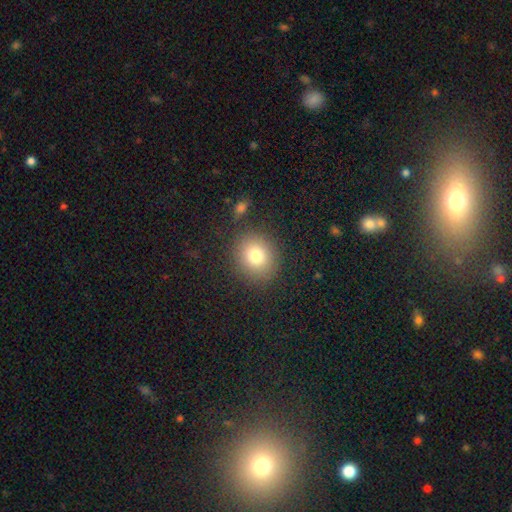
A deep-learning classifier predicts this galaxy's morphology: Smooth or featured? smooth (78%)
How rounded? round (81%)
Merging? none (84%)